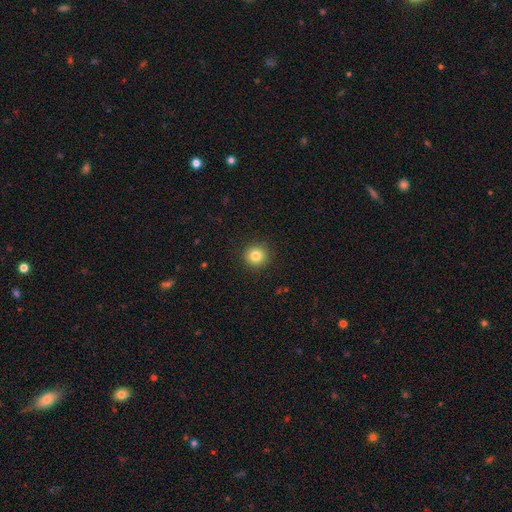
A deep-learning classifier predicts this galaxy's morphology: This is clearly a smooth galaxy (82%). How rounded: clearly round (93%). Merging: clearly none (91%).